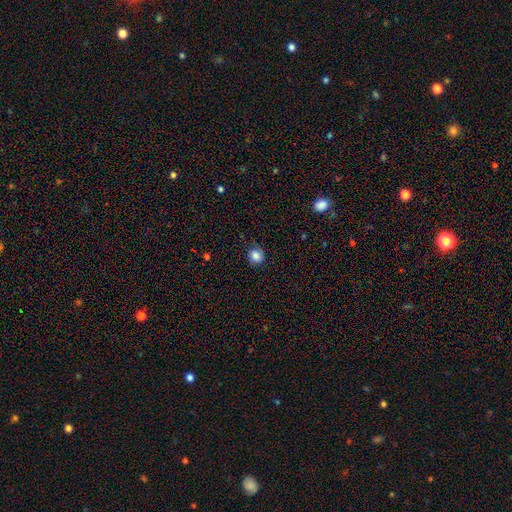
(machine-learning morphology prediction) The model was most divided on "how rounded": round: 77%, in between: 22%, cigar-shaped: 1%. More confident: smooth or featured — smooth (82%); merging — none (74%).